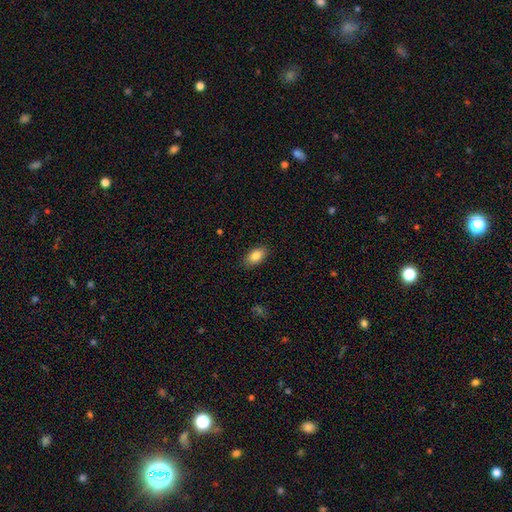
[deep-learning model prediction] This is clearly a smooth galaxy (85%). How rounded: clearly in between (92%). Merging: clearly none (87%).